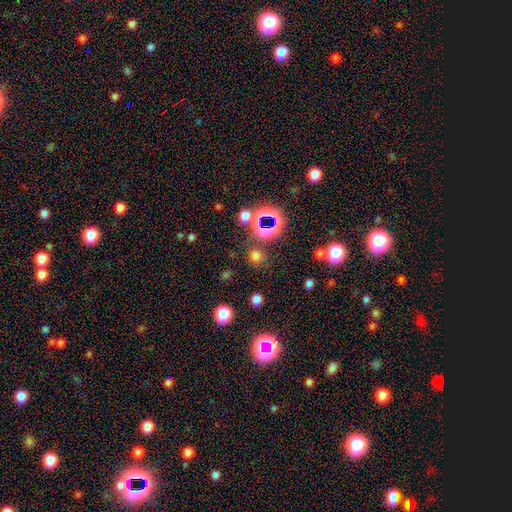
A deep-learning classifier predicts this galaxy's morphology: A smooth galaxy with no disk features (63%) that is round (86%). Merging: none (76%).